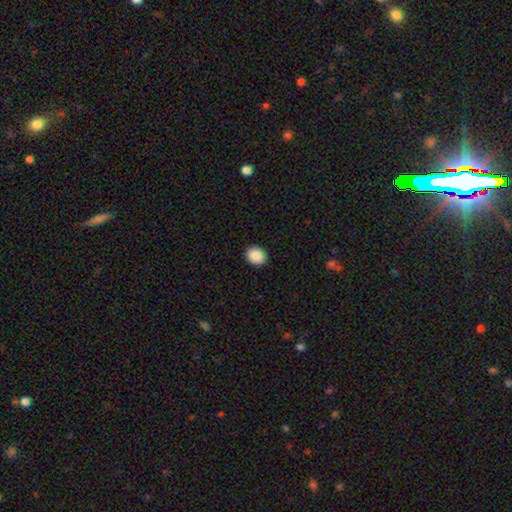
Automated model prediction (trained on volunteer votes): Smooth or featured? Predicted: smooth (p=0.89). How rounded? Predicted: round (p=0.67). Merging? Predicted: none (p=0.91).